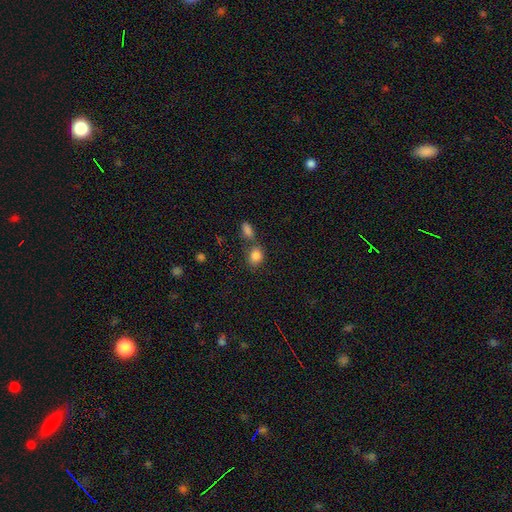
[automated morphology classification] smooth_or_featured: smooth (p=0.85) [alt: star or artifact p=0.09]
how_rounded: in between (p=0.49) [tied with: round p=0.49]
merging: none (p=0.56) [alt: merger p=0.27]